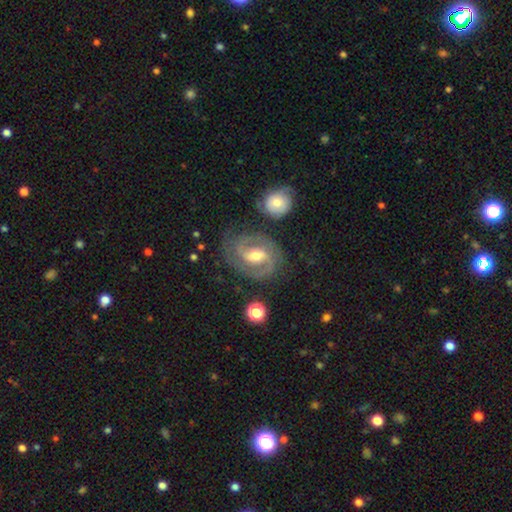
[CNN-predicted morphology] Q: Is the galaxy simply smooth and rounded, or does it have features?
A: featured or disk — 87%.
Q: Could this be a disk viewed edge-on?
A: no — 97%.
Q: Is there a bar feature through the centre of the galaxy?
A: weak — 49%.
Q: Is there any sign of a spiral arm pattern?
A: yes — 96%.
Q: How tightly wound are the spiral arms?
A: medium — 47%.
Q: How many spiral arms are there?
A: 2 — 85%.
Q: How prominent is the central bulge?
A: moderate — 67%.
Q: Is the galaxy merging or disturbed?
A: none — 74%.